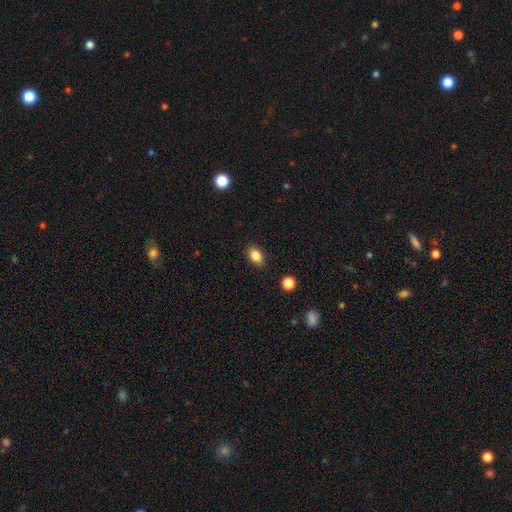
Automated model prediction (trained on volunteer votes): Smooth or featured? smooth (84%)
How rounded? in between (81%)
Merging? none (88%)